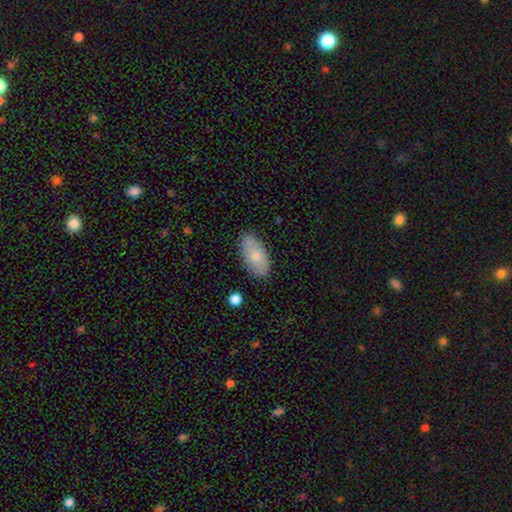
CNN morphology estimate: smooth_or_featured: smooth (p=0.74) [alt: featured or disk p=0.20]
how_rounded: in between (p=0.93) [alt: cigar-shaped p=0.03]
merging: none (p=0.80) [alt: minor disturbance p=0.15]